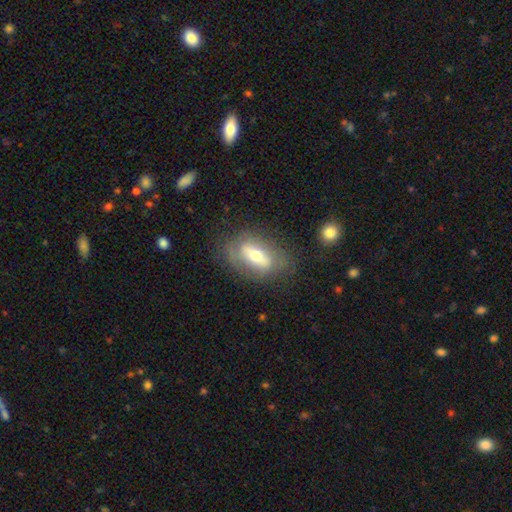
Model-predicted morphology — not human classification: This is possibly a featured or disk galaxy (49%). Merging: likely none (70%).